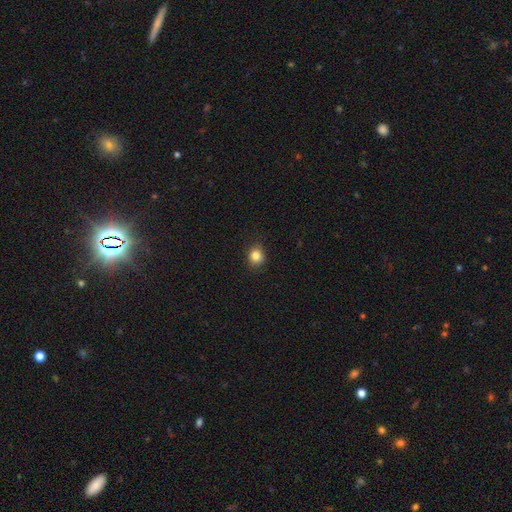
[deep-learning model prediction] This is clearly a smooth galaxy (83%). How rounded: likely round (75%). Merging: clearly none (87%).